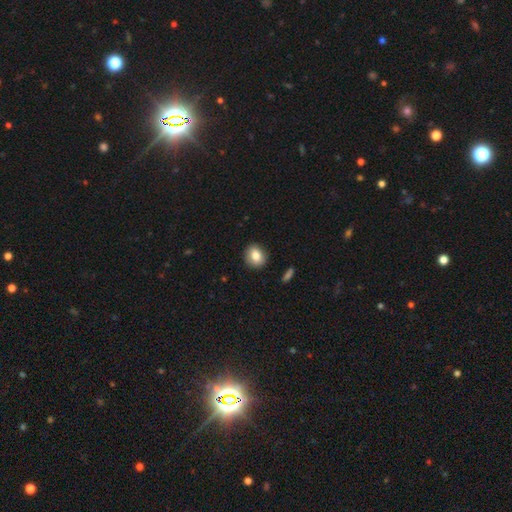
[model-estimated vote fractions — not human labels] smooth-or-featured: smooth: 83% | featured or disk: 9% | star or artifact: 8%
  how-rounded: round: 69% | in between: 30% | cigar-shaped: 1%
  merging: none: 88% | minor disturbance: 9% | major disturbance: 2% | merger: 1%